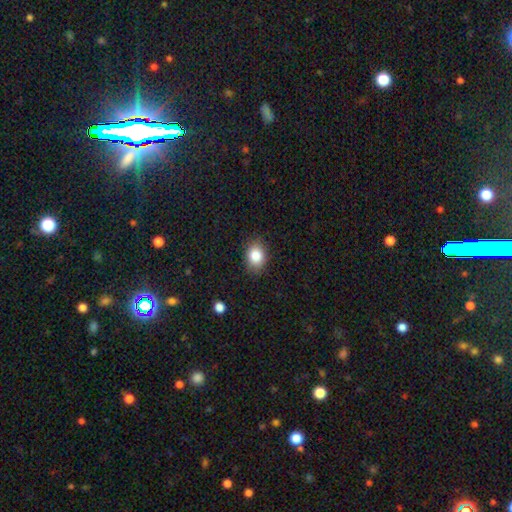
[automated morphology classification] Q: Smooth or featured?
A: smooth (84%); runner-up: star or artifact (9%)
Q: How rounded?
A: in between (65%); runner-up: round (34%)
Q: Merging?
A: none (85%); runner-up: minor disturbance (11%)